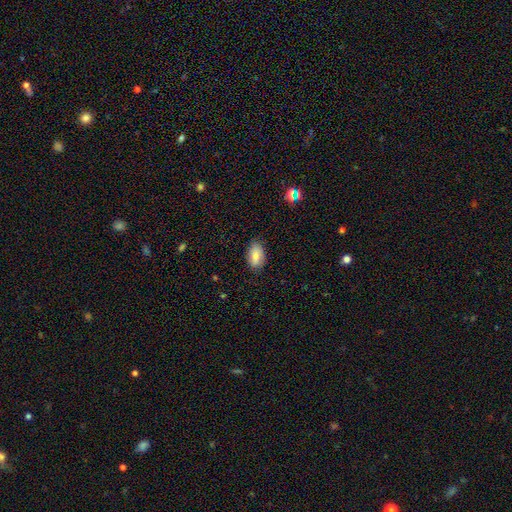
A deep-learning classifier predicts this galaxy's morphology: Smooth or featured: smooth — 78% (featured or disk — 14%)
How rounded: in between — 93% (round — 5%)
Merging: none — 80% (minor disturbance — 16%)